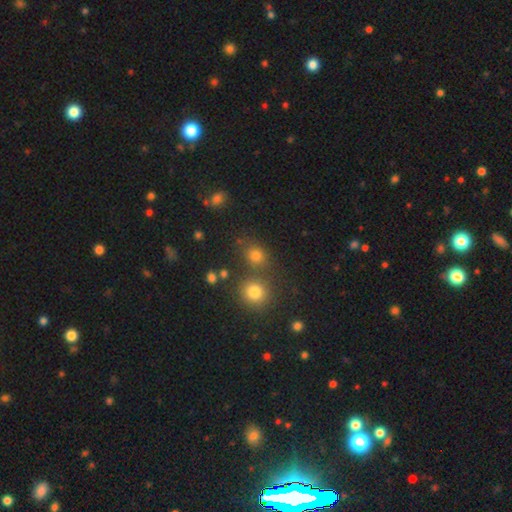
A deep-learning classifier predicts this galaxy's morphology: Overall: smooth (75%). How rounded: round (78%). Merging: none (68%).